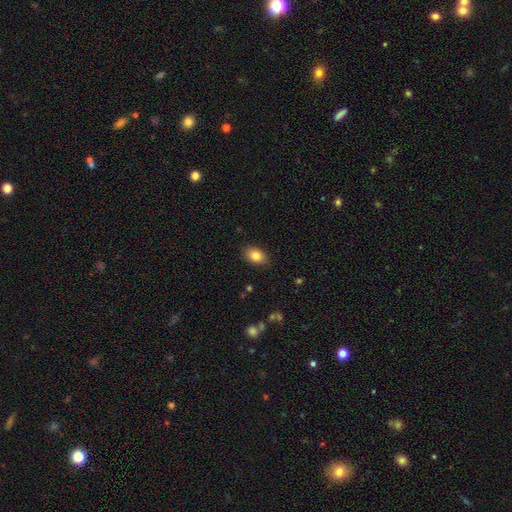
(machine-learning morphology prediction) type=smooth (84%); roundness=in between (84%); merging=none (86%).